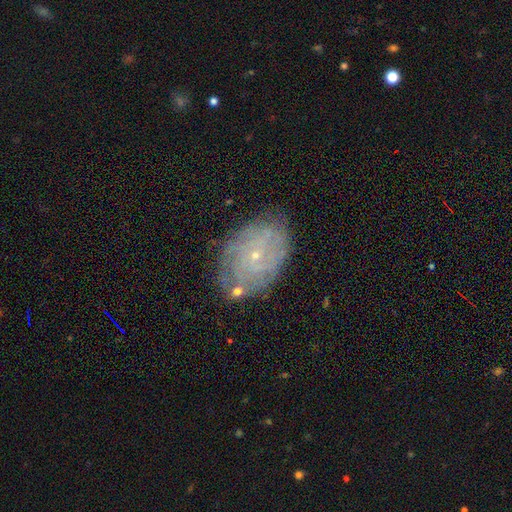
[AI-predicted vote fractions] This appears to be a featured or disk galaxy (69%) with no bar (79%), tight (73%) spiral arms (82%) and a small central bulge (86%). Merging: none (76%).